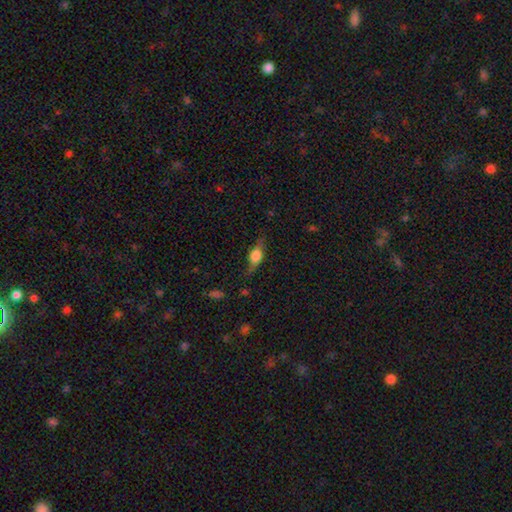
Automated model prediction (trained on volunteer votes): Smooth or featured? Predicted: featured or disk (p=0.54). Edge-on disk? Predicted: yes (p=0.87). Merging? Predicted: none (p=0.72).